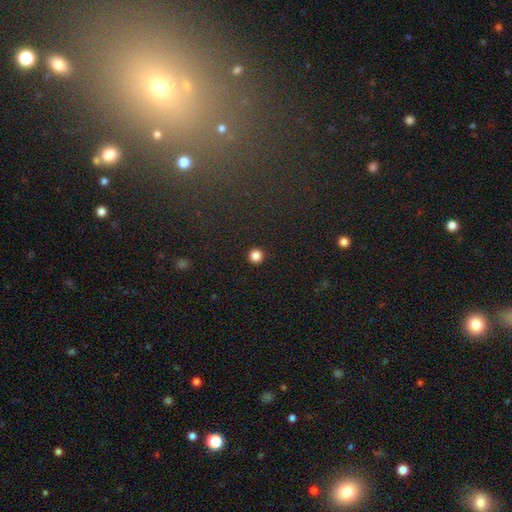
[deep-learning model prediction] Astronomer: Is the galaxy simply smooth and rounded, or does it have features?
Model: smooth — 84%.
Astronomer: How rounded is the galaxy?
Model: round — 96%.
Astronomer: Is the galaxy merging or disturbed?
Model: none — 93%.